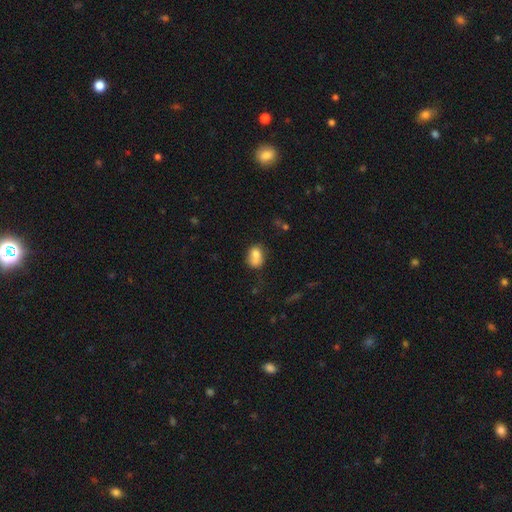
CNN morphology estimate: Q: Smooth or featured?
A: smooth (74%); runner-up: featured or disk (16%)
Q: How rounded?
A: in between (61%); runner-up: round (38%)
Q: Merging?
A: merger (37%); runner-up: none (35%)